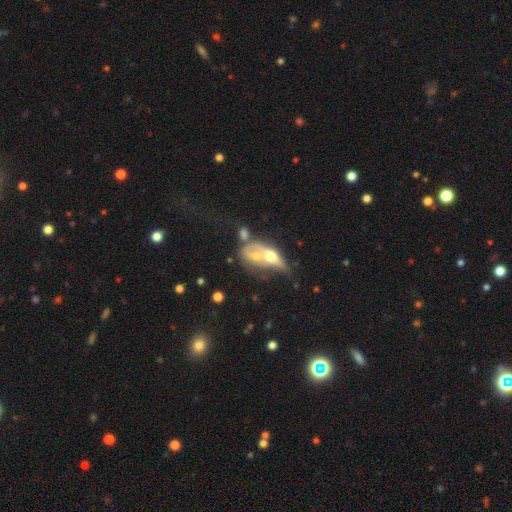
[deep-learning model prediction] A featured or disk galaxy (58%).

Vote fractions:
- Smooth or featured? featured or disk: 58% / smooth: 34% / star or artifact: 8%
- Edge-on disk? no: 65% / yes: 35%
- Merging? merger: 57% / none: 17% / major disturbance: 16% / minor disturbance: 11%